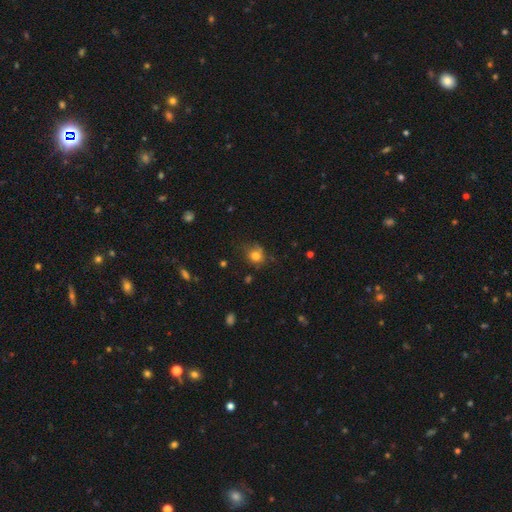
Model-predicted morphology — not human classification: This is likely a smooth galaxy (76%). How rounded: likely round (75%). Merging: likely none (62%).